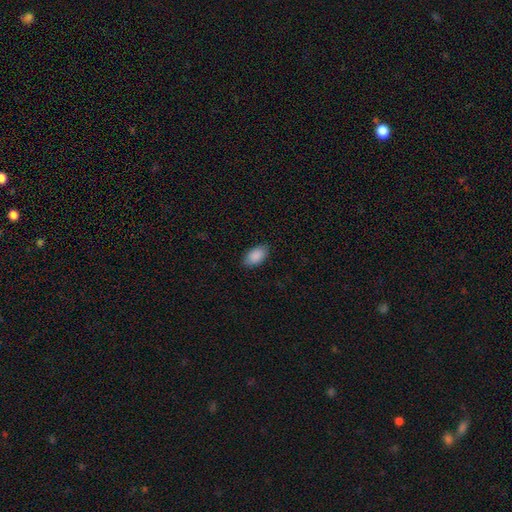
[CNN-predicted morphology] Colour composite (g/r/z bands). It shows a smooth galaxy with no disk features (90%) that is in between round and cigar-shaped (94%). Merging: none (85%).